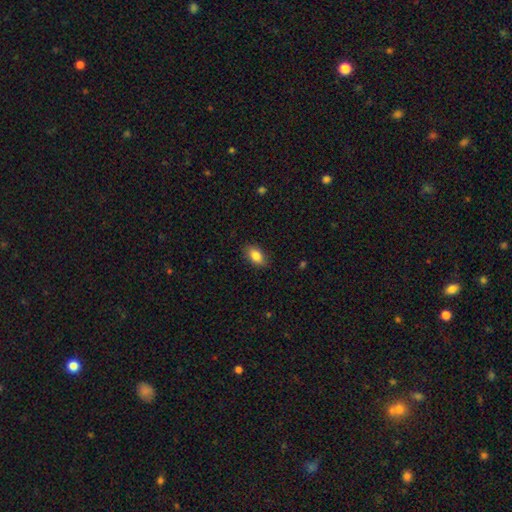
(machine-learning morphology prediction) smooth_or_featured: smooth (p=0.85) [alt: featured or disk p=0.08]
how_rounded: in between (p=0.89) [alt: round p=0.08]
merging: none (p=0.85) [alt: minor disturbance p=0.11]